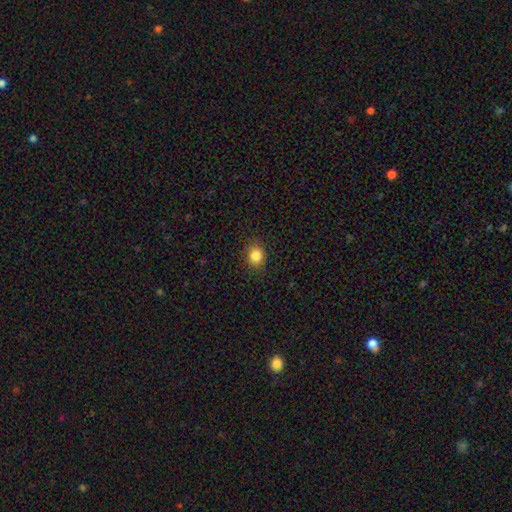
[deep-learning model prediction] Smooth or featured: smooth — 84% (star or artifact — 11%)
How rounded: round — 73% (in between — 26%)
Merging: none — 89% (minor disturbance — 8%)